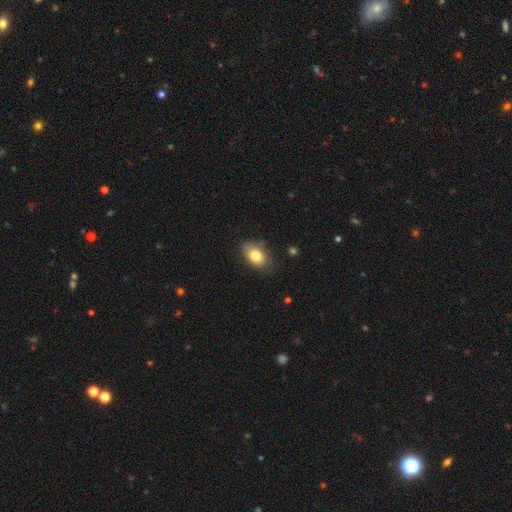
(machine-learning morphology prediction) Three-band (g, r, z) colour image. It shows a smooth galaxy with no disk features (79%) that is in between round and cigar-shaped (88%). Merging: none (73%).